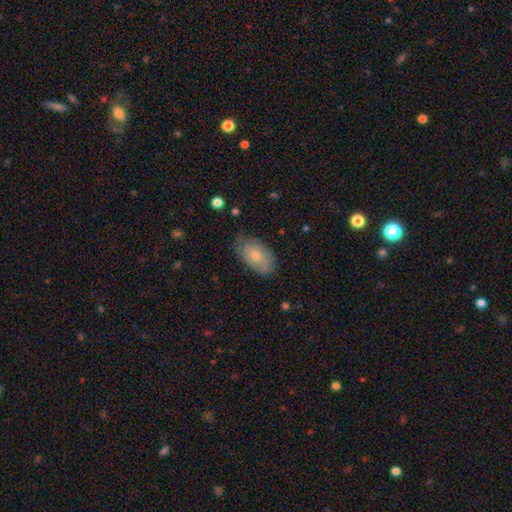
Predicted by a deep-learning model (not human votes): This appears to be a smooth galaxy with no disk features (58%) that is in between round and cigar-shaped (92%). Merging: none (63%).